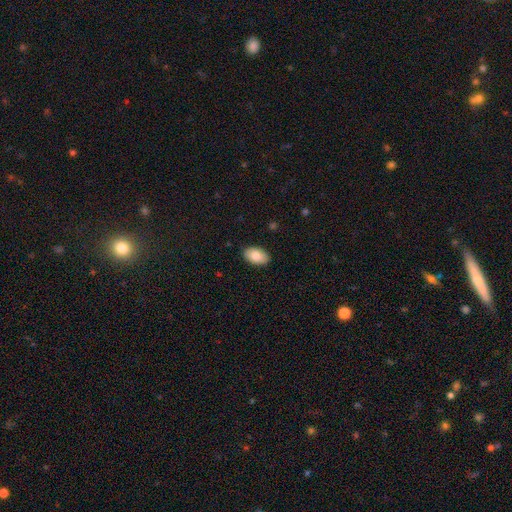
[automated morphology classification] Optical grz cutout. It shows a smooth galaxy with no disk features (83%) that is in between round and cigar-shaped (93%). Merging: none (88%).